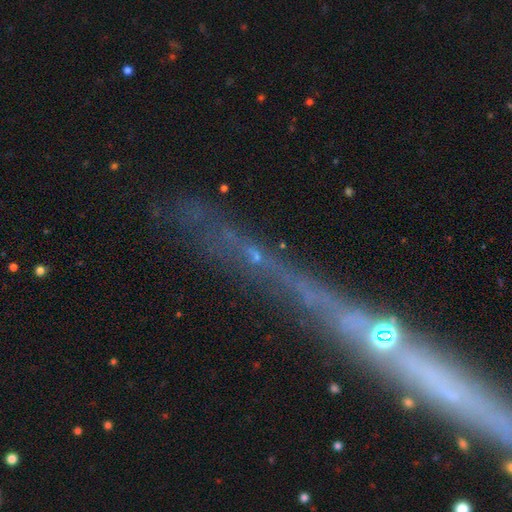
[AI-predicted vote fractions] A star or artifact, not a galaxy (41%).